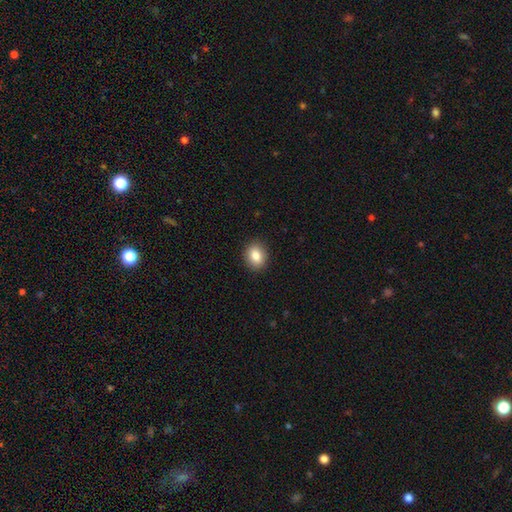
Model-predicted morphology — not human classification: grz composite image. It shows a smooth galaxy with no disk features (85%) that is in between round and cigar-shaped (52%). Merging: none (90%).